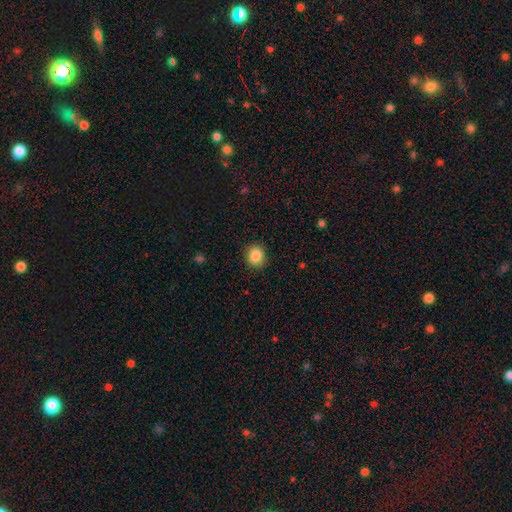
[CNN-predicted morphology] Overall: smooth (87%). How rounded: round (75%). Merging: none (88%).